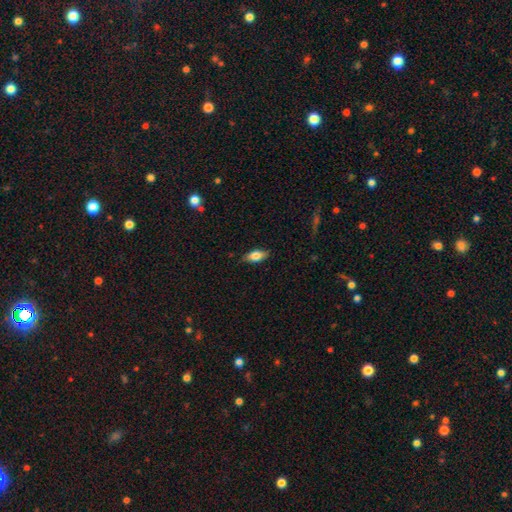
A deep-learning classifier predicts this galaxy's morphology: A smooth galaxy with no disk features (75%) that is in between round and cigar-shaped (84%). Merging: none (84%).